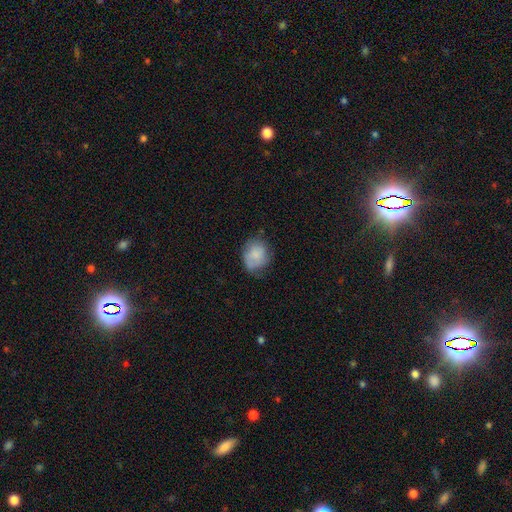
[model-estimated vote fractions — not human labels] Smooth or featured? smooth (80%)
How rounded? round (63%)
Merging? none (57%)